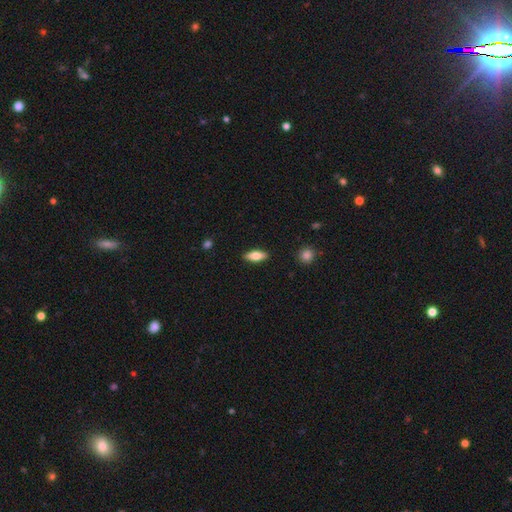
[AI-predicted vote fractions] smooth 73%, featured or disk 21%, star or artifact 6%. Down the decision tree: how rounded — in between (74%); merging — none (89%).